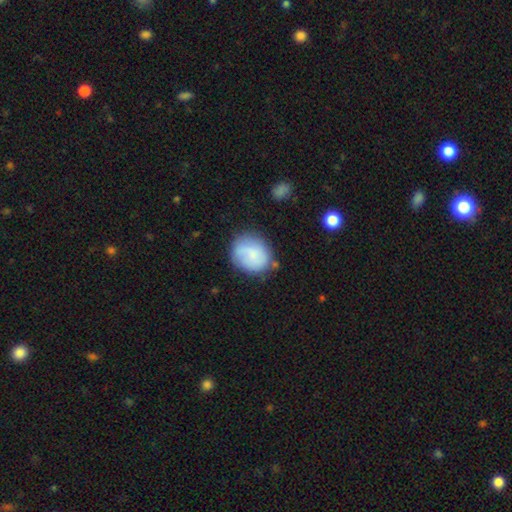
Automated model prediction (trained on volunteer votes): Morphology: type=smooth (74%); roundness=round (71%); merging=none (62%).